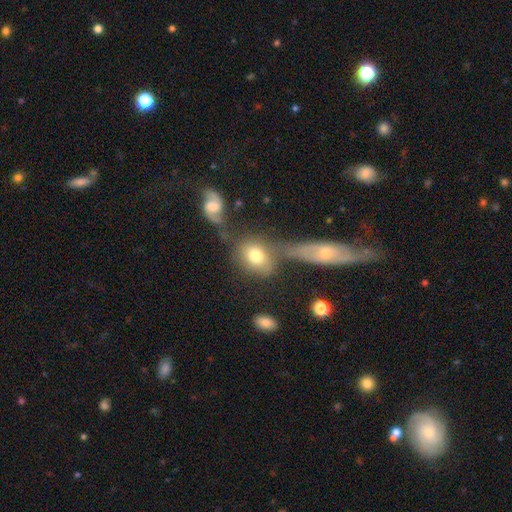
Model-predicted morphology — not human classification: A smooth galaxy with no disk features (73%) that is in between round and cigar-shaped (53%).

Vote fractions:
- Smooth or featured? smooth: 73% / featured or disk: 18% / star or artifact: 10%
- How rounded? in between: 53% / round: 43% / cigar-shaped: 3%
- Merging? none: 45% / merger: 33% / minor disturbance: 13% / major disturbance: 10%